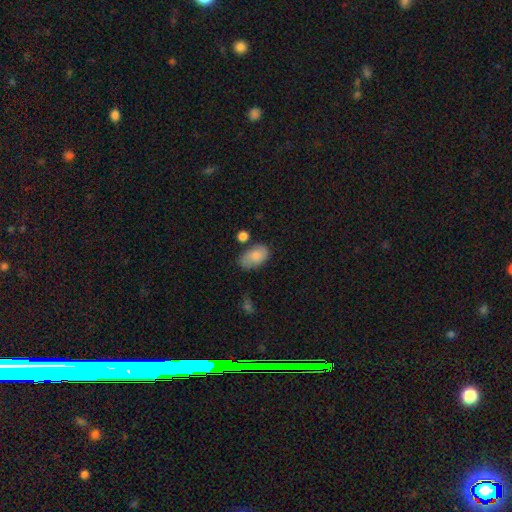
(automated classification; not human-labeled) Smooth or featured?
  - smooth: 79% *
  - featured or disk: 13%
  - star or artifact: 7%
How rounded?
  - in between: 91% *
  - round: 8%
  - cigar-shaped: 1%
Merging?
  - none: 61% *
  - minor disturbance: 26%
  - merger: 7%
  - major disturbance: 7%